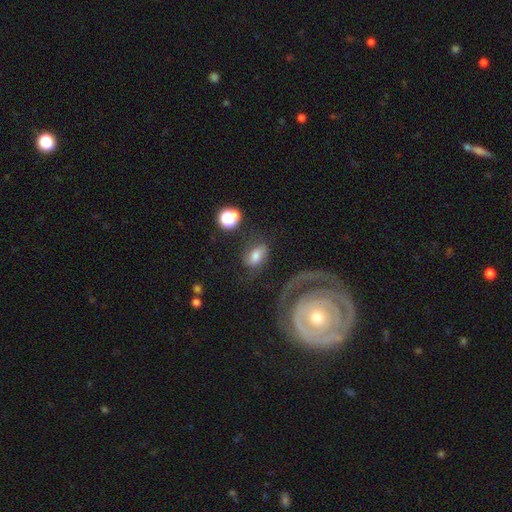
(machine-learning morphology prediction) smooth 58%, featured or disk 30%, star or artifact 12%. Down the decision tree: how rounded — in between (85%); merging — none (57%).